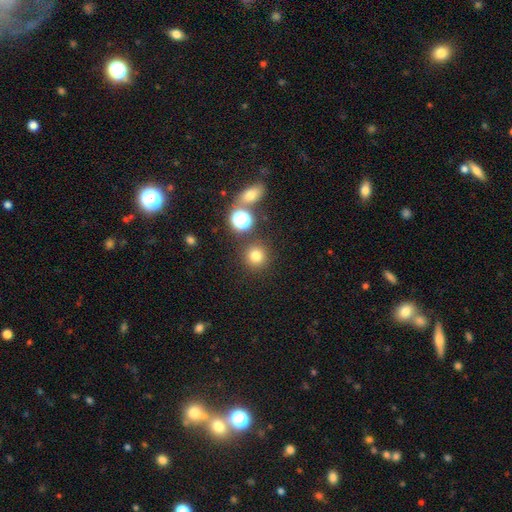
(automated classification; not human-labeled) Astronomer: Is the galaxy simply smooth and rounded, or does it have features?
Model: smooth — 76%.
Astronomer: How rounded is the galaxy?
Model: round — 92%.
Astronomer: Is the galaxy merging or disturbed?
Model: none — 85%.